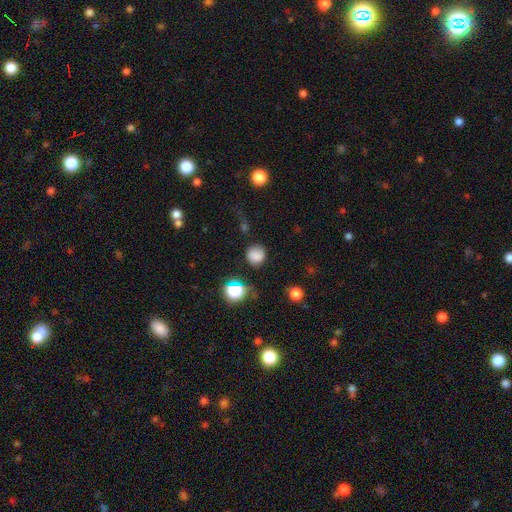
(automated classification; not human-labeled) Smooth or featured?
  - smooth: 77% *
  - star or artifact: 16%
  - featured or disk: 7%
How rounded?
  - round: 89% *
  - in between: 10%
  - cigar-shaped: 1%
Merging?
  - none: 80% *
  - minor disturbance: 13%
  - major disturbance: 5%
  - merger: 3%